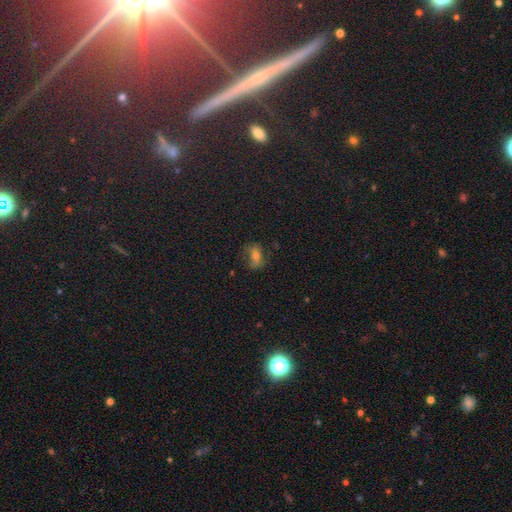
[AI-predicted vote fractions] Smooth or featured? smooth (54%)
How rounded? in between (74%)
Merging? none (66%)